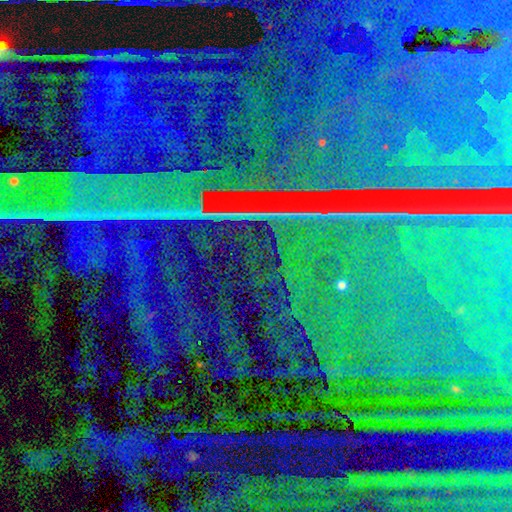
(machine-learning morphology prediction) The model was most divided on "smooth or featured": star or artifact: 87%, featured or disk: 8%, smooth: 5%.